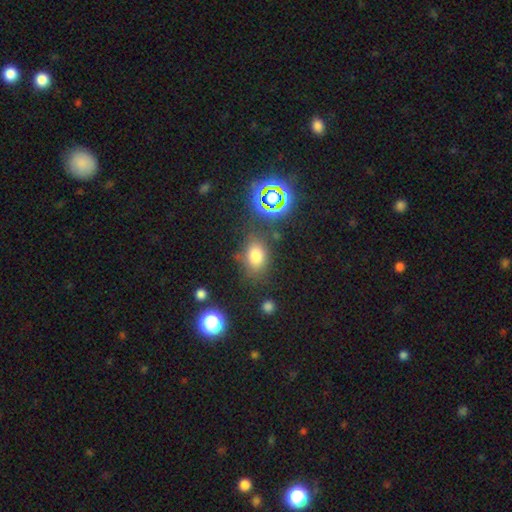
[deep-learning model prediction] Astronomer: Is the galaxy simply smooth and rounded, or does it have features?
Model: smooth — 71%.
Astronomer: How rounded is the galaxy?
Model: in between — 73%.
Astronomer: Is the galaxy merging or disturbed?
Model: none — 72%.